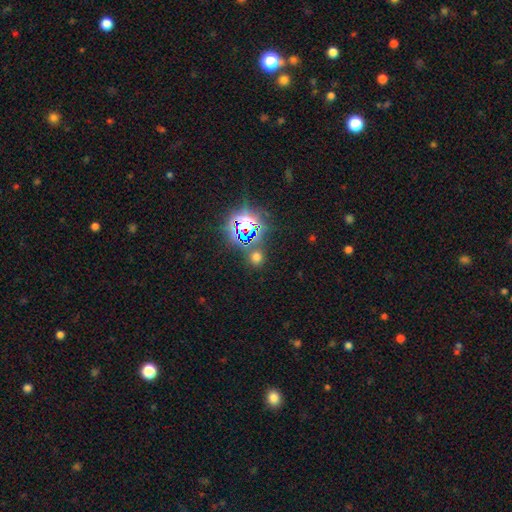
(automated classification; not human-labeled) Smooth or featured: star or artifact — 67% (smooth — 25%)